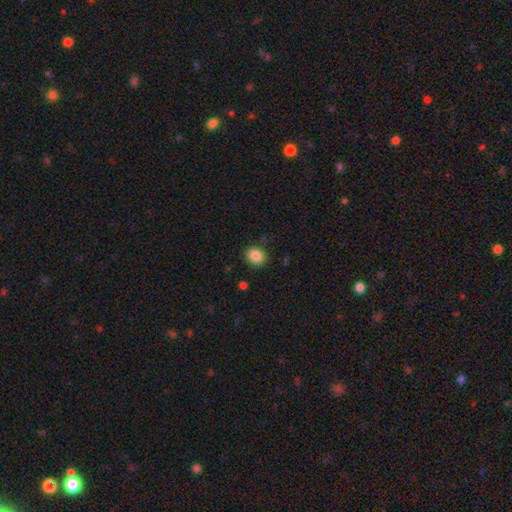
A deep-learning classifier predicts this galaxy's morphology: Smooth or featured? smooth (86%)
How rounded? round (56%)
Merging? none (85%)